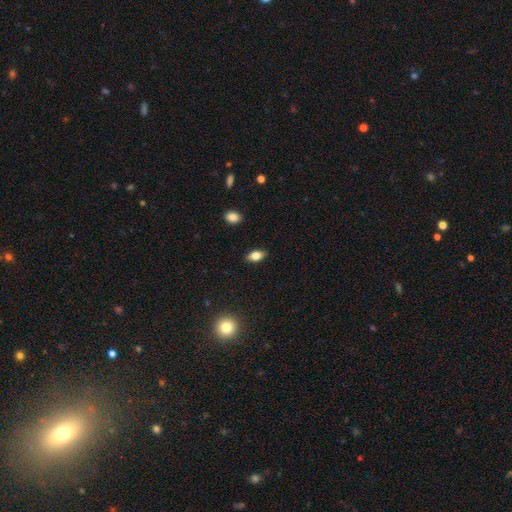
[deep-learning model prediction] Q: Smooth or featured?
A: smooth (81%); runner-up: featured or disk (10%)
Q: How rounded?
A: in between (88%); runner-up: round (7%)
Q: Merging?
A: none (88%); runner-up: minor disturbance (9%)